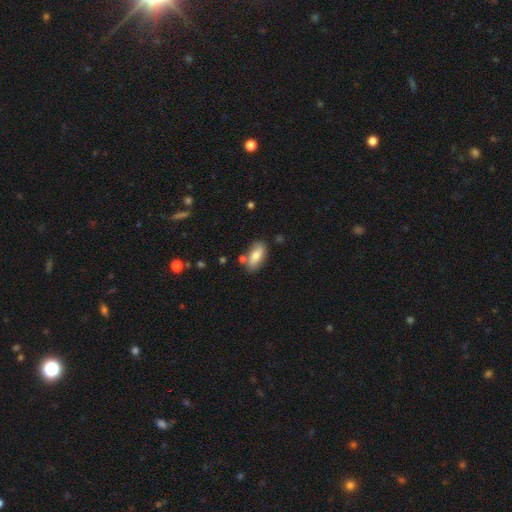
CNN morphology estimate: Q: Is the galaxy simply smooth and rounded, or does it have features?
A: smooth — 73%.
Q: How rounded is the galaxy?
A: in between — 86%.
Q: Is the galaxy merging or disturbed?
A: none — 75%.